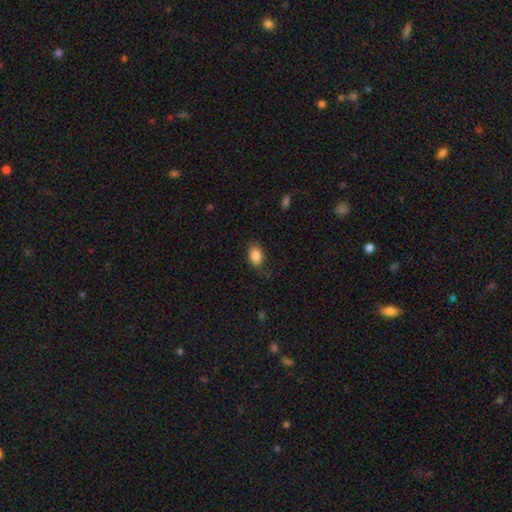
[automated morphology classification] smooth 86%, star or artifact 7%, featured or disk 7%. Down the decision tree: how rounded — in between (88%); merging — none (72%).